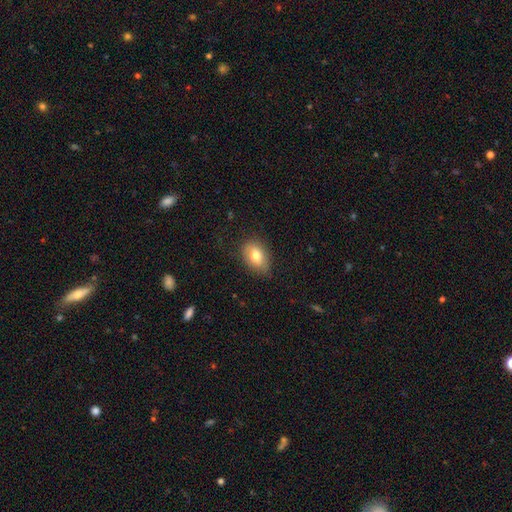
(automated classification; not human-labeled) smooth-or-featured: smooth: 77% | featured or disk: 15% | star or artifact: 9%
  how-rounded: in between: 80% | round: 18% | cigar-shaped: 2%
  merging: none: 74% | minor disturbance: 21% | major disturbance: 4% | merger: 1%